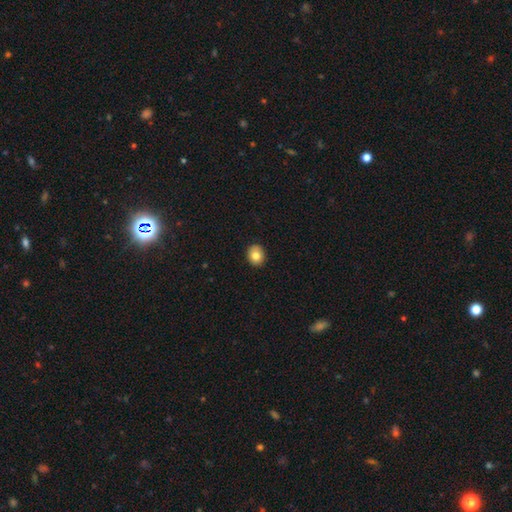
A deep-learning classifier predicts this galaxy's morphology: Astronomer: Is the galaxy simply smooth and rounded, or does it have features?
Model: smooth — 81%.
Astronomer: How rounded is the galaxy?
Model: round — 67%.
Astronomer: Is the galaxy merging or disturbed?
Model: none — 89%.